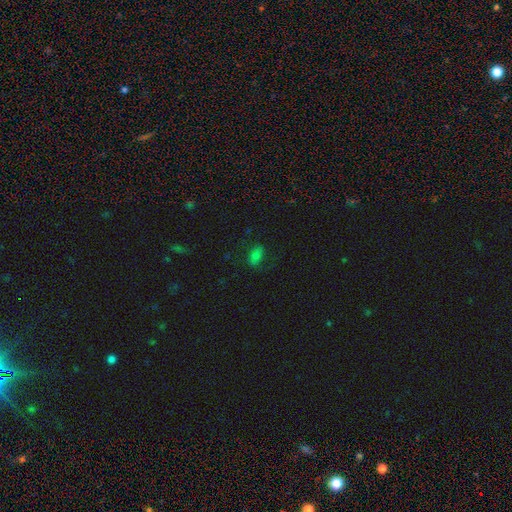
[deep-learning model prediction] smooth_or_featured: smooth (p=0.68) [alt: star or artifact p=0.18]
how_rounded: in between (p=0.86) [alt: round p=0.10]
merging: none (p=0.74) [alt: minor disturbance p=0.18]